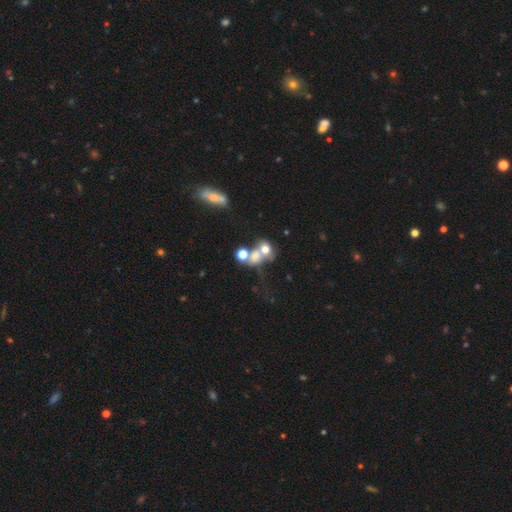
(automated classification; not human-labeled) smooth_or_featured: smooth (p=0.57) [alt: featured or disk p=0.26]
how_rounded: round (p=0.57) [alt: in between p=0.41]
merging: merger (p=0.58) [alt: none p=0.22]